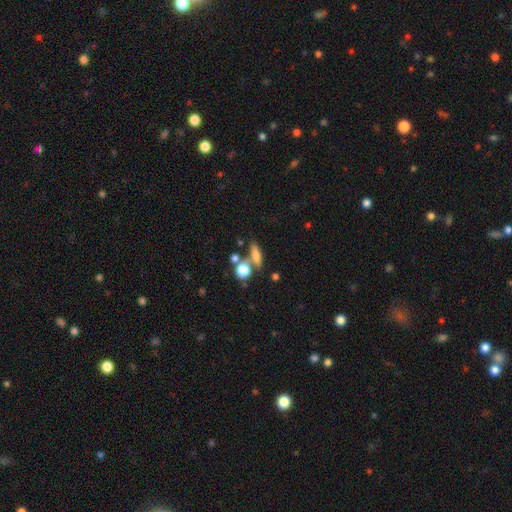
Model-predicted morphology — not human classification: This is likely a smooth galaxy (66%). How rounded: possibly cigar-shaped (47%). Merging: likely none (62%).